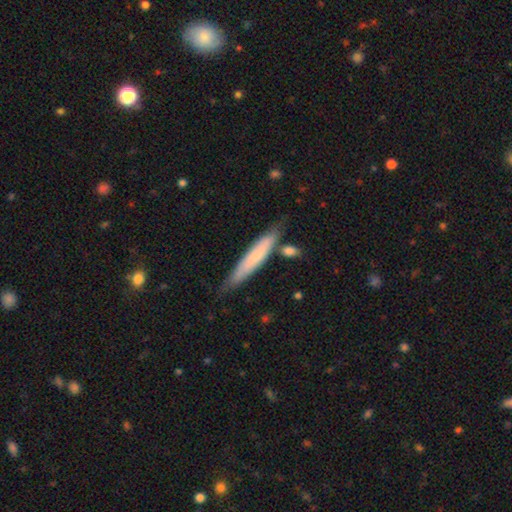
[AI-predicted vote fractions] Smooth or featured: smooth — 66% (featured or disk — 28%)
How rounded: cigar-shaped — 91% (in between — 8%)
Merging: none — 75% (minor disturbance — 16%)